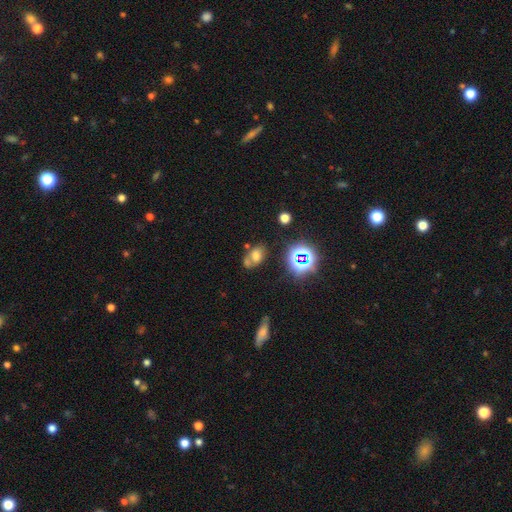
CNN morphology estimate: smooth-or-featured: smooth: 56% | star or artifact: 25% | featured or disk: 20%
  how-rounded: in between: 74% | round: 24% | cigar-shaped: 2%
  merging: none: 46% | merger: 26% | minor disturbance: 19% | major disturbance: 9%